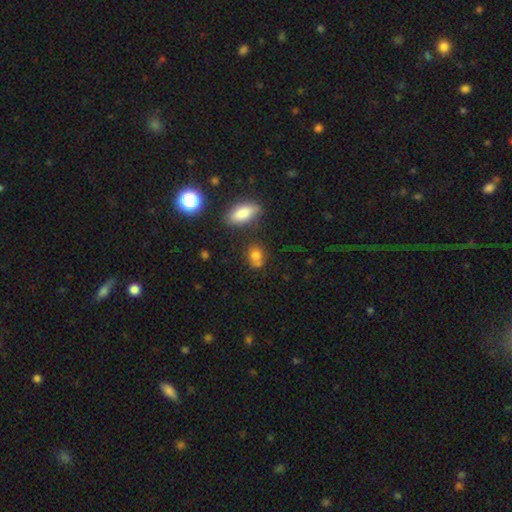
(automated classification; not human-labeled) Q: Smooth or featured?
A: smooth (77%); runner-up: star or artifact (13%)
Q: How rounded?
A: round (54%); runner-up: in between (44%)
Q: Merging?
A: none (55%); runner-up: merger (22%)